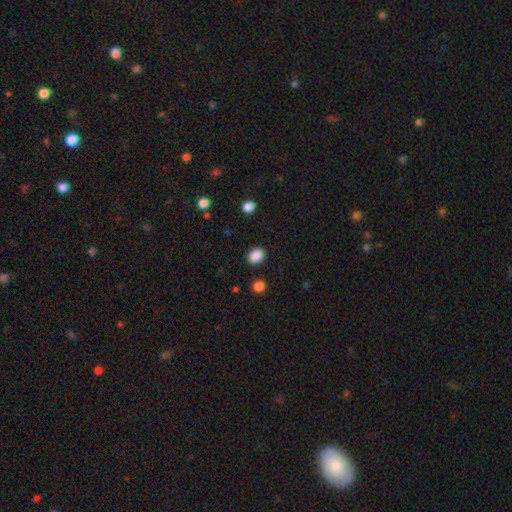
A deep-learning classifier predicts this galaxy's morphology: Smooth or featured?
  - smooth: 88% *
  - star or artifact: 9%
  - featured or disk: 3%
How rounded?
  - in between: 59% *
  - round: 40%
  - cigar-shaped: 1%
Merging?
  - none: 88% *
  - minor disturbance: 8%
  - major disturbance: 2%
  - merger: 2%